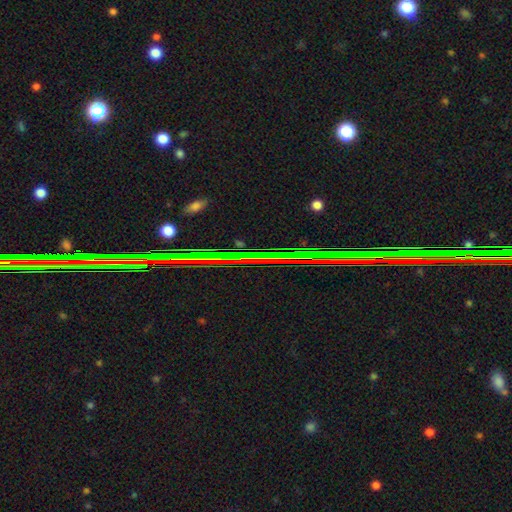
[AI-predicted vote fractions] This is clearly a star or artifact rather than a galaxy (81%).